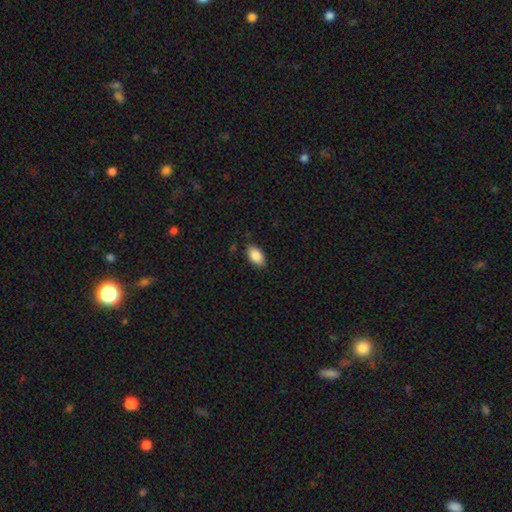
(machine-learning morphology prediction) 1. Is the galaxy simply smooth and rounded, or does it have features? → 88% smooth, 7% star or artifact, 5% featured or disk.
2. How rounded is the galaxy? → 94% in between, 4% round, 2% cigar-shaped.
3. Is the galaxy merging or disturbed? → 85% none, 11% minor disturbance, 2% major disturbance, 1% merger.